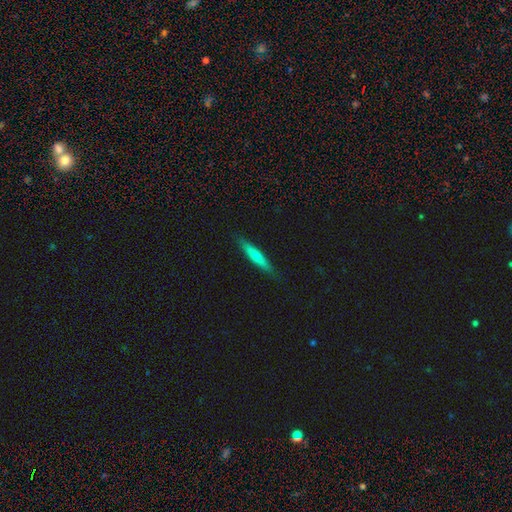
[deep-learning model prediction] smooth_or_featured: smooth (p=0.56) [alt: featured or disk p=0.38]
how_rounded: cigar-shaped (p=0.90) [alt: in between p=0.08]
merging: none (p=0.89) [alt: minor disturbance p=0.08]